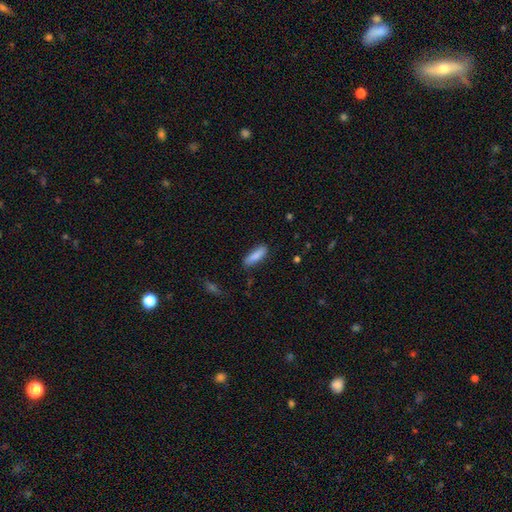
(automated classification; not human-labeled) Smooth or featured? smooth (85%)
How rounded? cigar-shaped (60%)
Merging? none (81%)